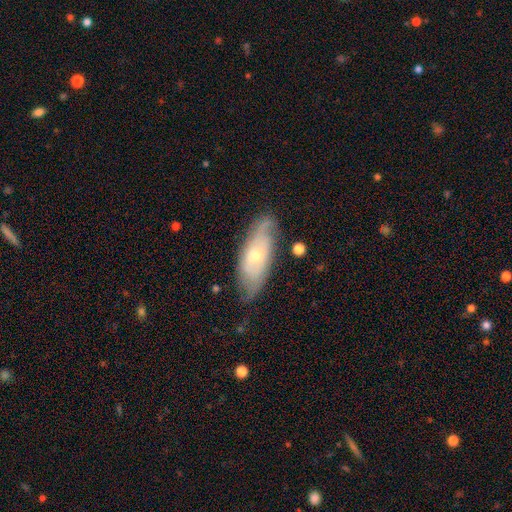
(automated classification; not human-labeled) Smooth or featured: featured or disk — 63% (smooth — 30%)
Edge-on disk: no — 82% (yes — 18%)
Bar: no — 66% (weak — 29%)
Spiral arms: yes — 82% (no — 18%)
Bulge size: small — 51% (moderate — 45%)
Merging: none — 69% (minor disturbance — 23%)